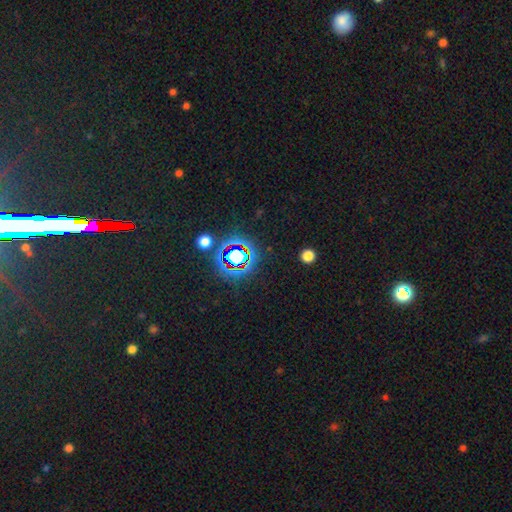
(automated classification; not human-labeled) Smooth or featured?
  - star or artifact: 80% *
  - smooth: 11%
  - featured or disk: 9%